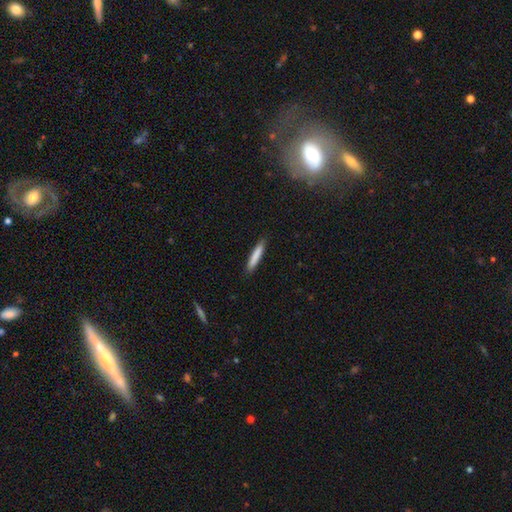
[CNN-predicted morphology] smooth-or-featured: smooth: 82% | featured or disk: 12% | star or artifact: 6%
  how-rounded: cigar-shaped: 93% | in between: 6% | round: 1%
  merging: none: 89% | minor disturbance: 8% | major disturbance: 2% | merger: 1%